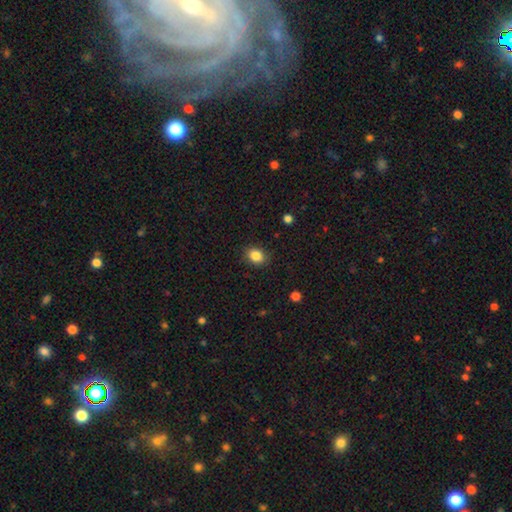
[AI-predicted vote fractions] Smooth or featured?
  - smooth: 86% *
  - star or artifact: 10%
  - featured or disk: 5%
How rounded?
  - in between: 56% *
  - round: 43%
  - cigar-shaped: 1%
Merging?
  - none: 87% *
  - minor disturbance: 10%
  - major disturbance: 3%
  - merger: 1%